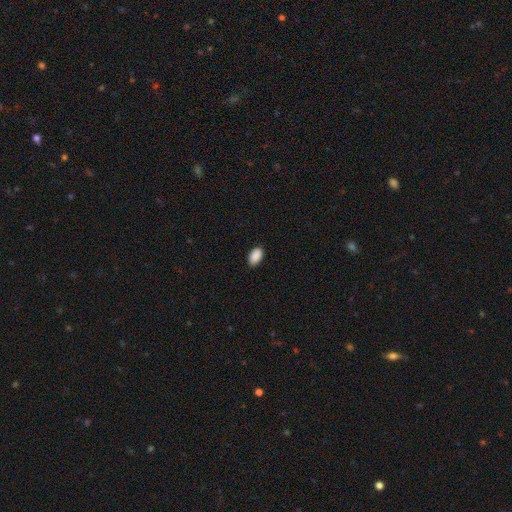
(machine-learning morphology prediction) Smooth or featured? smooth (90%)
How rounded? in between (94%)
Merging? none (86%)